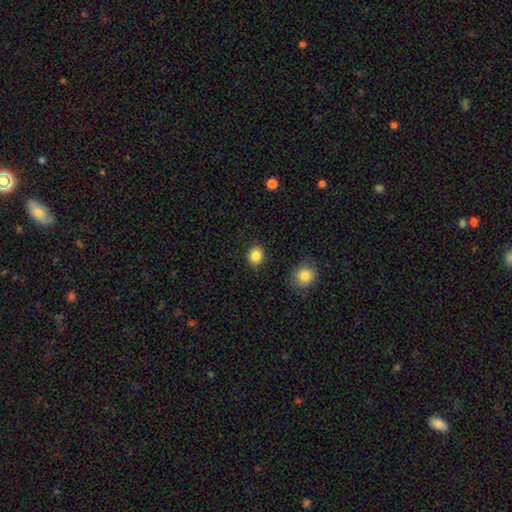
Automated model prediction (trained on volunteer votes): A smooth galaxy with no disk features (86%) that is round (74%). Merging: none (89%).